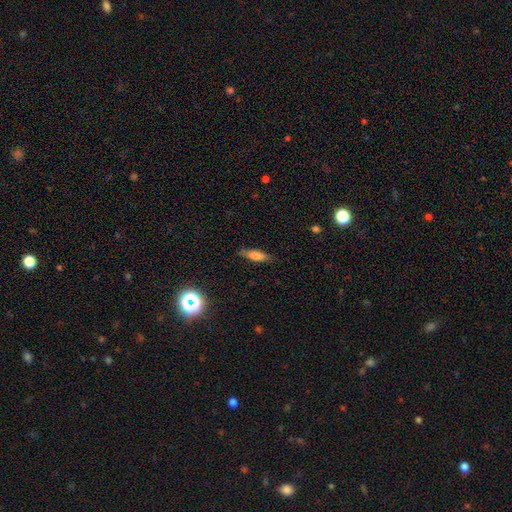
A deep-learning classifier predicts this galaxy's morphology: Smooth or featured?
  - smooth: 68% *
  - featured or disk: 22%
  - star or artifact: 10%
How rounded?
  - cigar-shaped: 51% *
  - in between: 46%
  - round: 3%
Merging?
  - none: 80% *
  - minor disturbance: 16%
  - major disturbance: 3%
  - merger: 1%